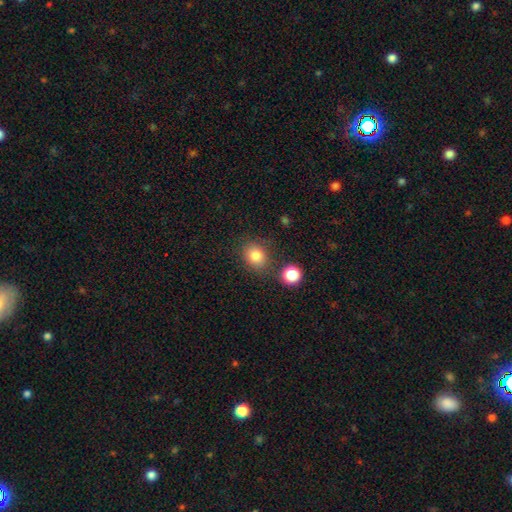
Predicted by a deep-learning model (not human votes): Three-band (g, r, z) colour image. It shows a smooth galaxy with no disk features (85%) that is round (64%). Merging: none (73%).